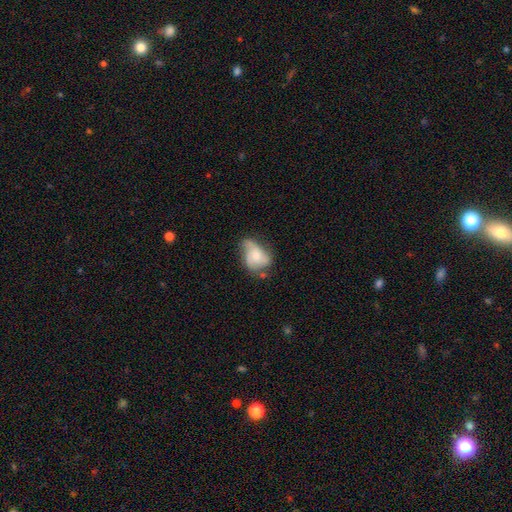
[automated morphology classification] Smooth or featured? Predicted: featured or disk (p=0.49). Merging? Predicted: none (p=0.35).